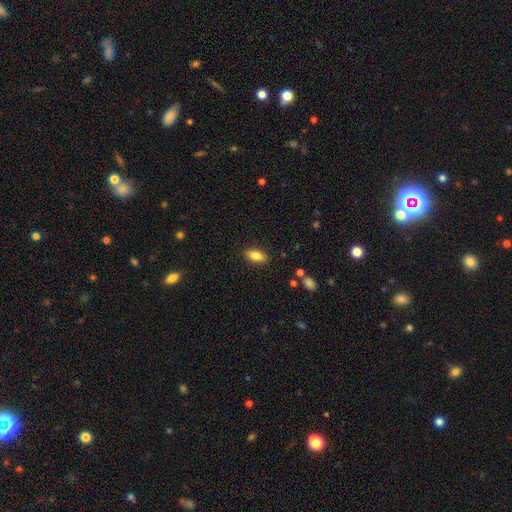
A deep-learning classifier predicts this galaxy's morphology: Smooth or featured: smooth — 81% (featured or disk — 11%)
How rounded: in between — 88% (cigar-shaped — 8%)
Merging: none — 88% (minor disturbance — 8%)